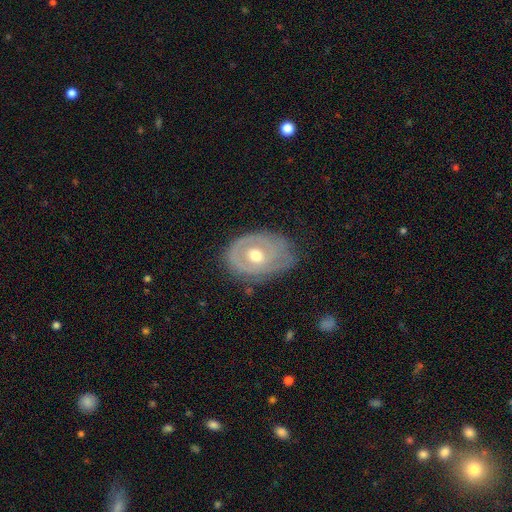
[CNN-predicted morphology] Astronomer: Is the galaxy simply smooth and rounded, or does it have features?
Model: featured or disk — 70%.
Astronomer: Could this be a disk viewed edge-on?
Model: no — 94%.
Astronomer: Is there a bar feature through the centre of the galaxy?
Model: no — 82%.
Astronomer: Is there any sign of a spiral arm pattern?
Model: yes — 50%, tied with no at 50%.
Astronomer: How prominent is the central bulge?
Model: moderate — 77%.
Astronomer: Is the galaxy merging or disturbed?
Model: none — 62%.